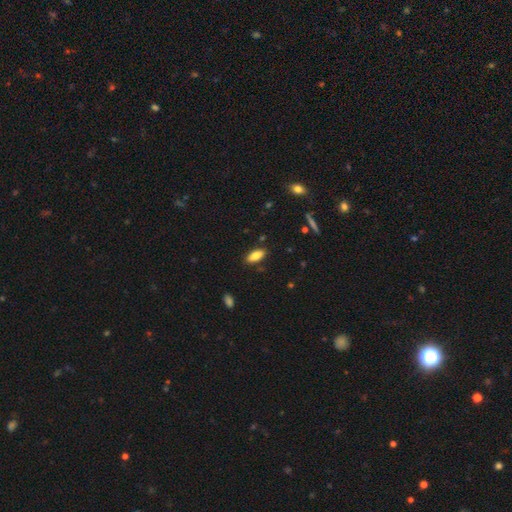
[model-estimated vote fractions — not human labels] Morphology: type=smooth (82%); roundness=in between (80%); merging=none (86%).